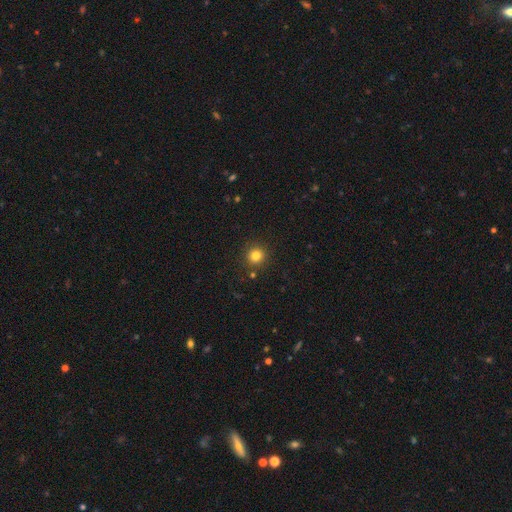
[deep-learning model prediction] The model was most divided on "smooth or featured": smooth: 82%, star or artifact: 13%, featured or disk: 5%. More confident: how rounded — round (93%); merging — none (89%).